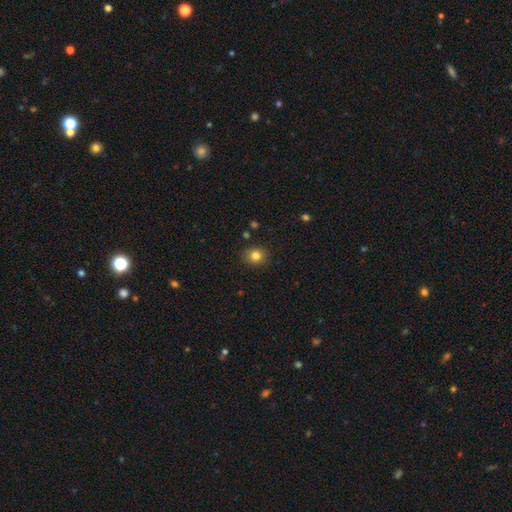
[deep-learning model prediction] The model was most divided on "how rounded": round: 81%, in between: 18%, cigar-shaped: 1%. More confident: merging — none (89%); smooth or featured — smooth (82%).